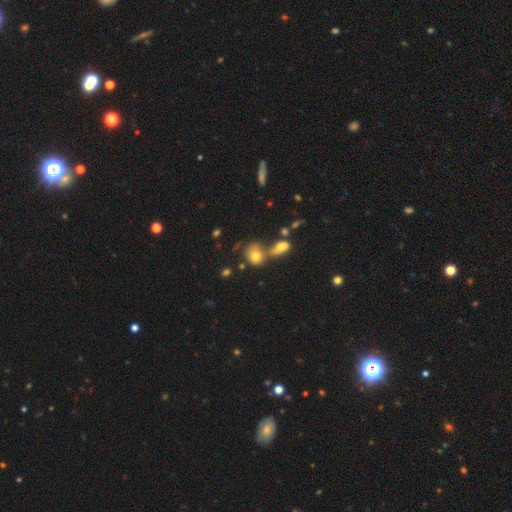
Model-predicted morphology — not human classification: Smooth or featured? smooth (74%)
How rounded? round (55%)
Merging? merger (46%)